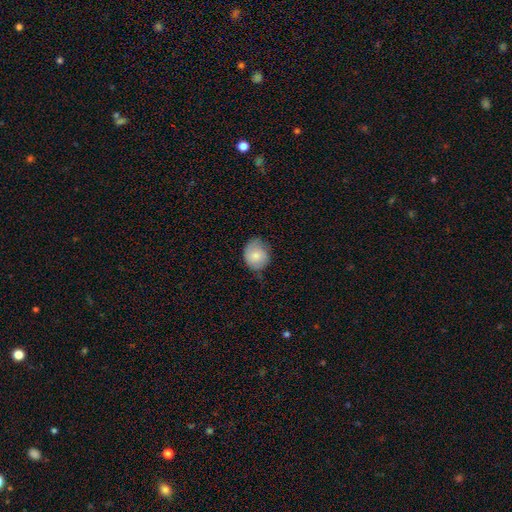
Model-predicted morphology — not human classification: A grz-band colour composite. It shows a smooth galaxy with no disk features (80%) that is round (64%). Merging: none (60%).